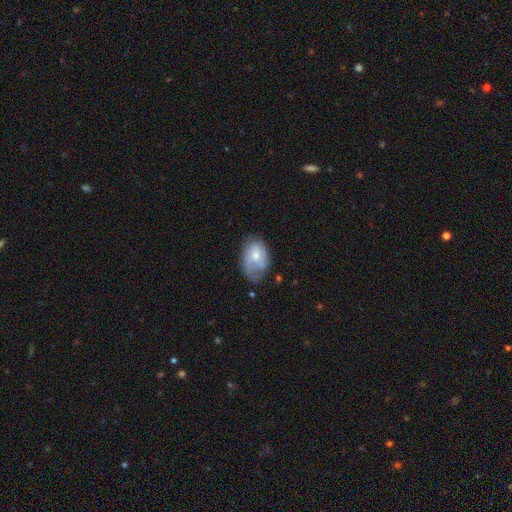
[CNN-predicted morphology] Q: Smooth or featured?
A: smooth (52%); runner-up: featured or disk (41%)
Q: How rounded?
A: in between (83%); runner-up: round (16%)
Q: Merging?
A: none (40%); runner-up: minor disturbance (37%)